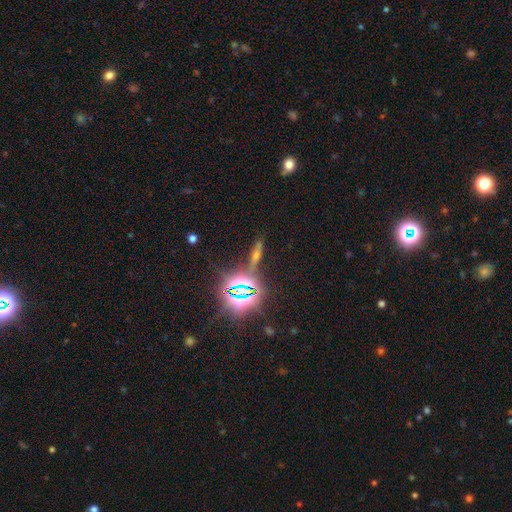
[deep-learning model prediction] Morphology: type=star or artifact (46%).